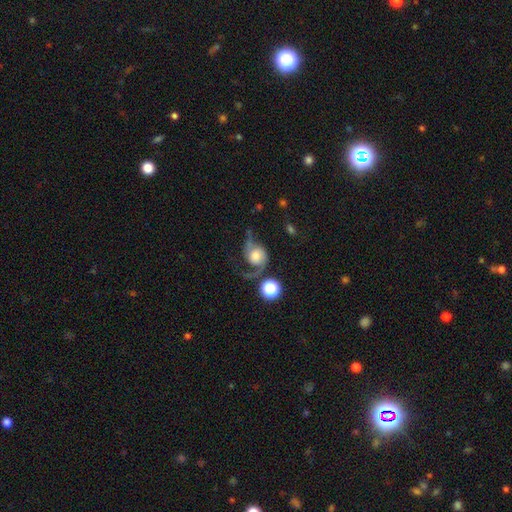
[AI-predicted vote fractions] This is likely a featured or disk galaxy (74%). It is clearly not viewed edge-on (97%). Bar: likely no (71%). Spiral arm pattern: clearly yes (94%). Spiral arm count: likely 2 (78%). Spiral winding: likely loose (64%). Central bulge: marginally large (33%). Merging: marginally none (44%).